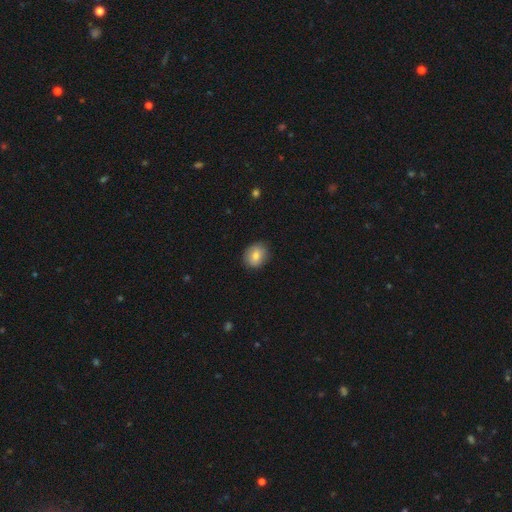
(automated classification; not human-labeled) Q: Smooth or featured?
A: smooth (79%); runner-up: featured or disk (13%)
Q: How rounded?
A: round (60%); runner-up: in between (39%)
Q: Merging?
A: none (86%); runner-up: minor disturbance (11%)